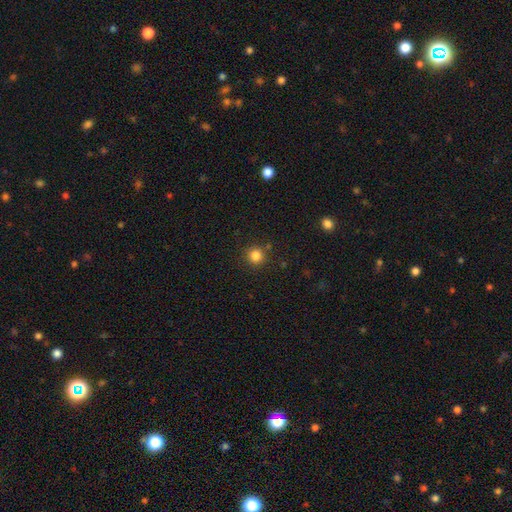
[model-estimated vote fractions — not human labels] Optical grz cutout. It shows a smooth galaxy with no disk features (83%) that is round (94%). Merging: none (87%).